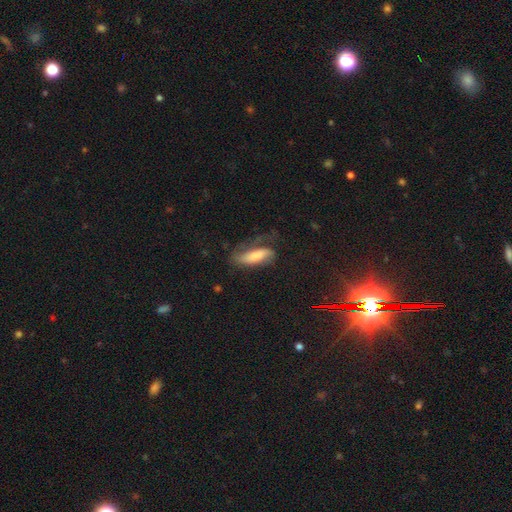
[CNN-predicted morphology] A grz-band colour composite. It shows a smooth galaxy with no disk features (52%) that is in between round and cigar-shaped (60%). Merging: none (42%).